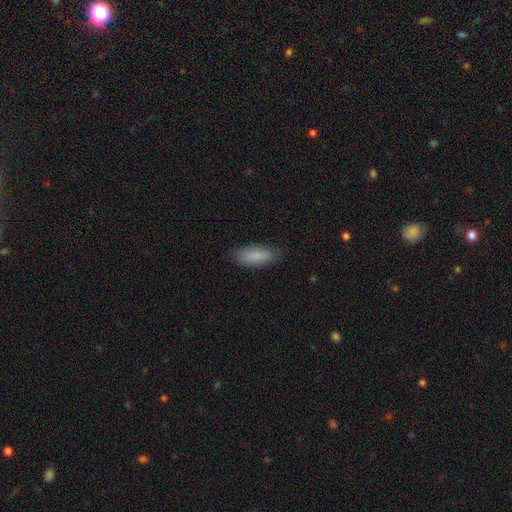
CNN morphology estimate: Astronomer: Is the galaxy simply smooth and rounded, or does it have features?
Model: smooth — 86%.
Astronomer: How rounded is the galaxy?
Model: in between — 78%.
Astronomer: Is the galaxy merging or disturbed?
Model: none — 80%.